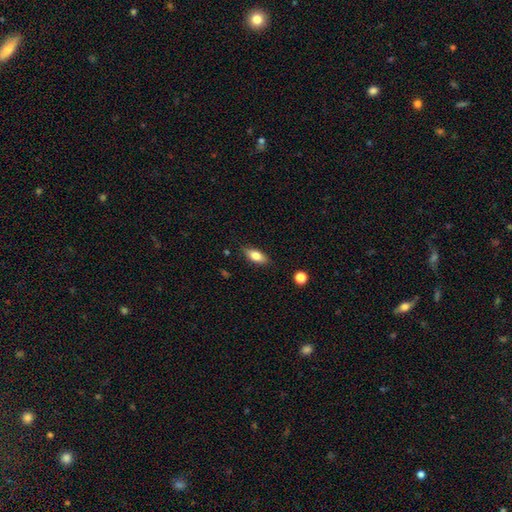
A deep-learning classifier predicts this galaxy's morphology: smooth-or-featured: smooth: 72% | featured or disk: 21% | star or artifact: 7%
  how-rounded: in between: 78% | cigar-shaped: 18% | round: 4%
  merging: none: 82% | minor disturbance: 14% | major disturbance: 3% | merger: 2%